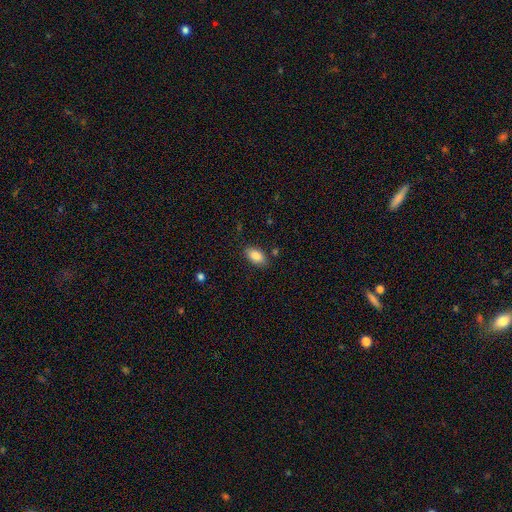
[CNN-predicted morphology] A smooth galaxy with no disk features (86%) that is in between round and cigar-shaped (92%). Merging: none (83%).